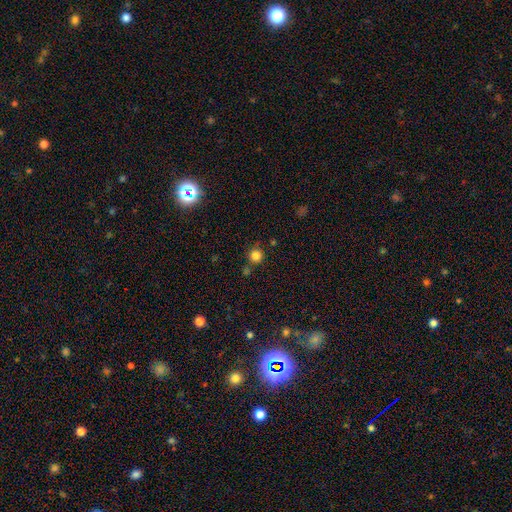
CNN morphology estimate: smooth-or-featured: smooth: 82% | star or artifact: 13% | featured or disk: 5%
  how-rounded: round: 94% | in between: 5% | cigar-shaped: 1%
  merging: none: 78% | minor disturbance: 10% | merger: 9% | major disturbance: 3%